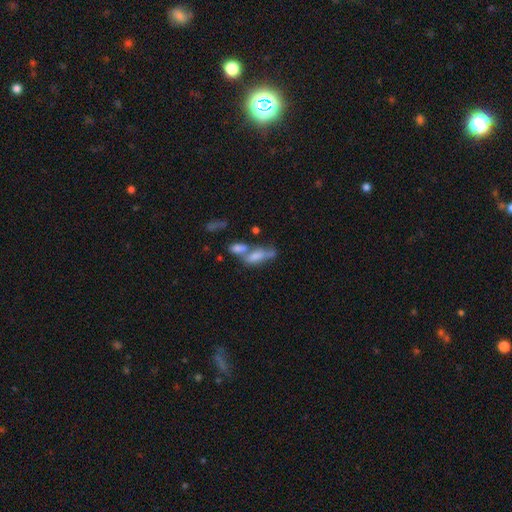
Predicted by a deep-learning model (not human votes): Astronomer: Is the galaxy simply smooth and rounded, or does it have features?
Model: smooth — 54% (runner-up: featured or disk, 33%).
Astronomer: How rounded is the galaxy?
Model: in between — 69%.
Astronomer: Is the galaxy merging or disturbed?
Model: merger — 51%.